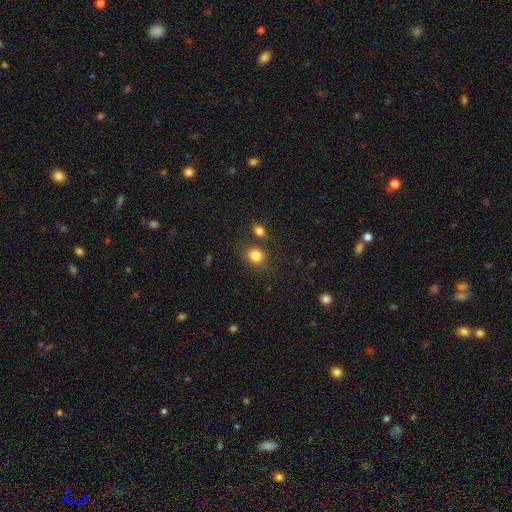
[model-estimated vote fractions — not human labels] smooth-or-featured: smooth: 83% | star or artifact: 11% | featured or disk: 6%
  how-rounded: round: 64% | in between: 35% | cigar-shaped: 1%
  merging: none: 71% | minor disturbance: 13% | merger: 12% | major disturbance: 4%